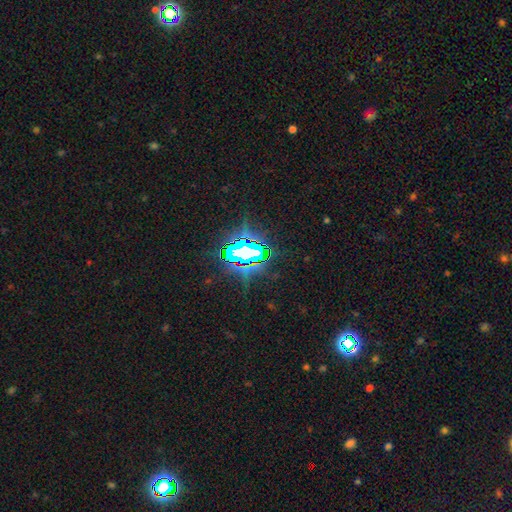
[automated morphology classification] Overall: star or artifact (80%).